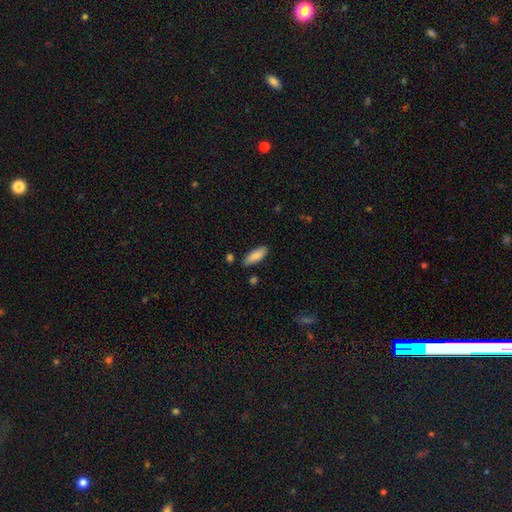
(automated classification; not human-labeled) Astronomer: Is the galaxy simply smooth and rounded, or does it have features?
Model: smooth — 87%.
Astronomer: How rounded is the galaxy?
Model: in between — 67%.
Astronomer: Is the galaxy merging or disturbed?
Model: none — 84%.